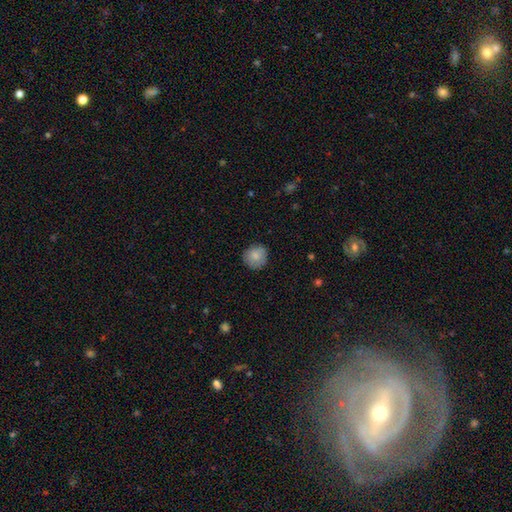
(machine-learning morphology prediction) Smooth or featured? Predicted: smooth (p=0.83). How rounded? Predicted: round (p=0.91). Merging? Predicted: none (p=0.83).